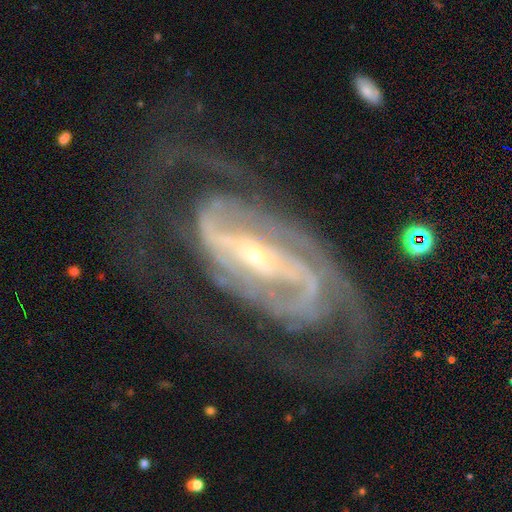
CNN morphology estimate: This appears to be a featured or disk galaxy (91%) with a strong bar (57%), 2 (61%) tight (48%) spiral arms (96%) and a small central bulge (75%). Merging: none (62%).